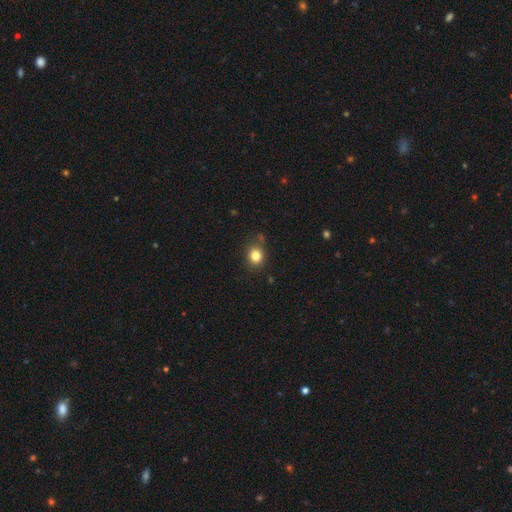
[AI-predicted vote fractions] Smooth or featured? smooth (83%)
How rounded? round (71%)
Merging? none (79%)